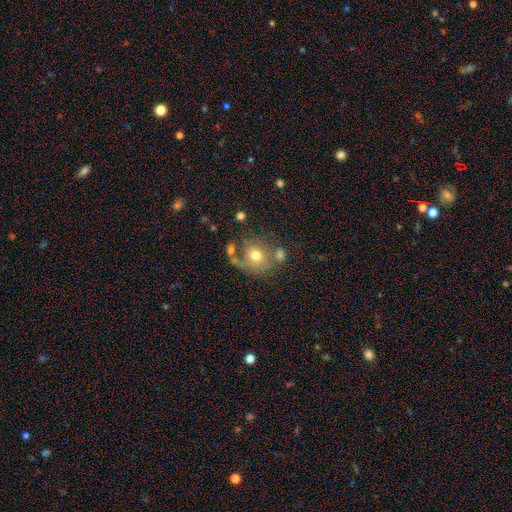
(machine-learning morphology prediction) This appears to be a smooth galaxy with no disk features (64%) that is round (77%). Merging: none (47%).